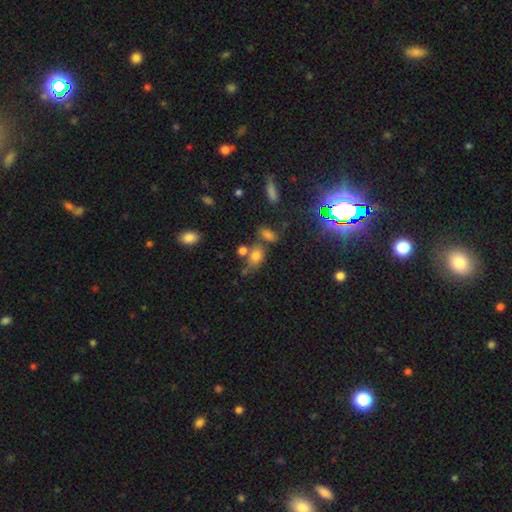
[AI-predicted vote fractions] This appears to be a smooth galaxy with no disk features (75%) that is in between round and cigar-shaped (74%). Merging: none (48%).